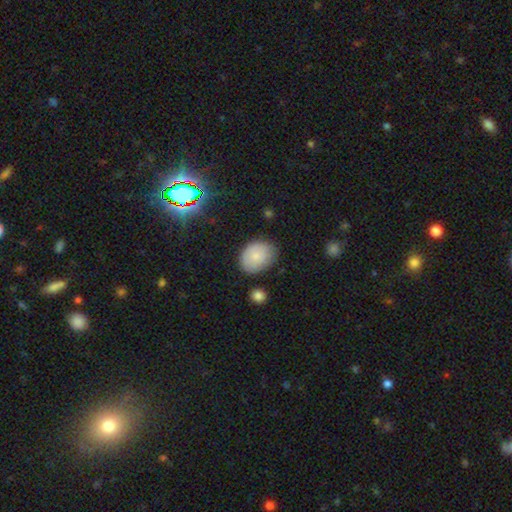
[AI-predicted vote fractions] Smooth or featured? smooth (79%)
How rounded? in between (65%)
Merging? none (73%)